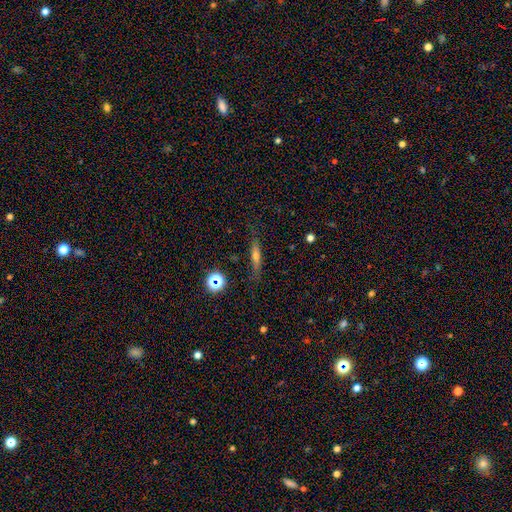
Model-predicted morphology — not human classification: Smooth or featured?
  - smooth: 46% *
  - featured or disk: 41%
  - star or artifact: 12%
Merging?
  - none: 81% *
  - minor disturbance: 14%
  - major disturbance: 4%
  - merger: 2%